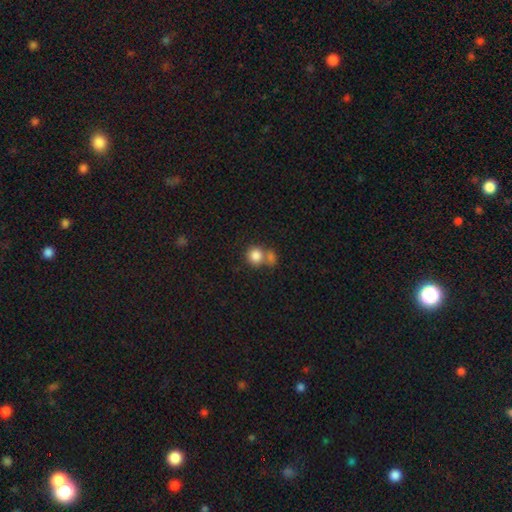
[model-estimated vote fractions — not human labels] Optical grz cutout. It shows a smooth galaxy with no disk features (84%) that is round (86%). Merging: none (46%).